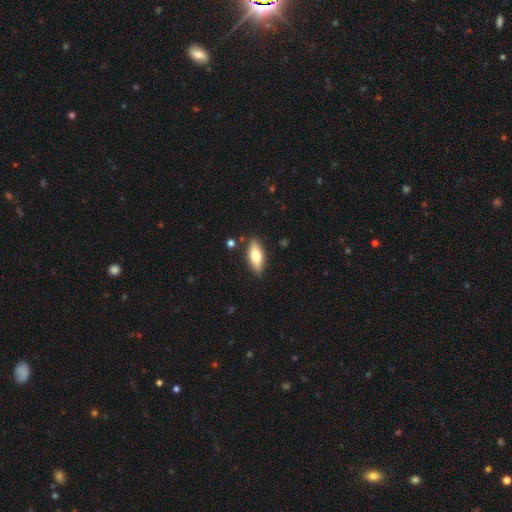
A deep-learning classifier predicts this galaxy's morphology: Q: Smooth or featured?
A: smooth (66%); runner-up: featured or disk (27%)
Q: How rounded?
A: in between (71%); runner-up: cigar-shaped (26%)
Q: Merging?
A: none (84%); runner-up: minor disturbance (11%)